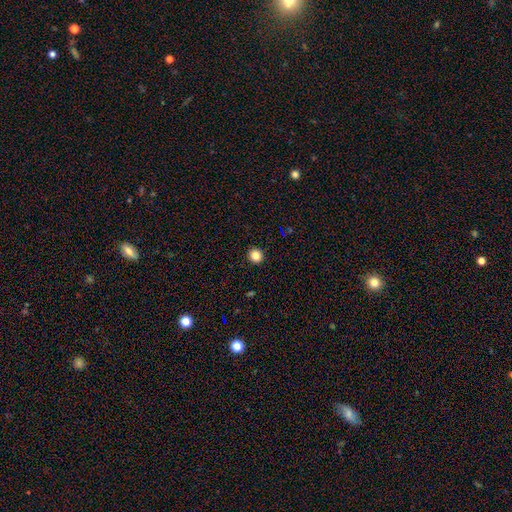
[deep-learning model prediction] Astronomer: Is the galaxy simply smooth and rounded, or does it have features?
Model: smooth — 84%.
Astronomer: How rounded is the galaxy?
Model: round — 90%.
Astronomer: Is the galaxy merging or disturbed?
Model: none — 93%.